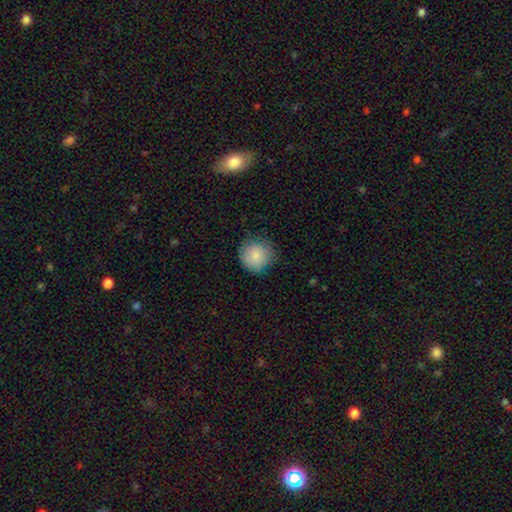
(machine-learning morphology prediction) A smooth galaxy with no disk features (83%) that is round (92%).

Vote fractions:
- Smooth or featured? smooth: 83% / featured or disk: 9% / star or artifact: 7%
- How rounded? round: 92% / in between: 7% / cigar-shaped: 1%
- Merging? none: 76% / minor disturbance: 18% / major disturbance: 4% / merger: 1%